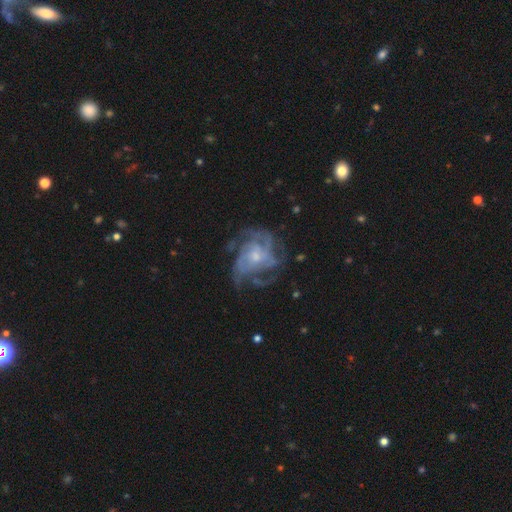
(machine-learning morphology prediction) A featured or disk galaxy (86%) with no bar (65%), 4 (27%) tight (44%) spiral arms (94%) and a small central bulge (51%).

Vote fractions:
- Smooth or featured? featured or disk: 86% / smooth: 8% / star or artifact: 6%
- Edge-on disk? no: 98% / yes: 2%
- Bar? no: 65% / weak: 29% / strong: 5%
- Spiral arms? yes: 94% / no: 6%
- Spiral winding? tight: 44% / medium: 43% / loose: 13%
- Spiral arm count? 4: 27% / can't tell: 25% / 3: 24% / 2: 10% / more than 4: 7% / 1: 6%
- Bulge size? small: 51% / moderate: 40% / none: 5% / large: 3% / dominant: 1%
- Merging? none: 60% / minor disturbance: 20% / major disturbance: 18% / merger: 2%